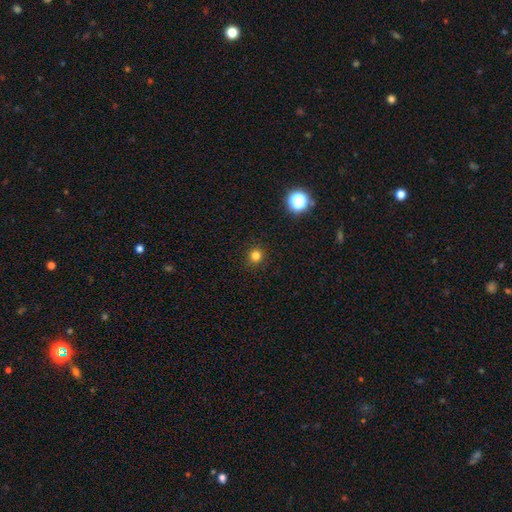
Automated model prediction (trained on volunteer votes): A smooth galaxy with no disk features (80%) that is round (93%). Merging: none (92%).